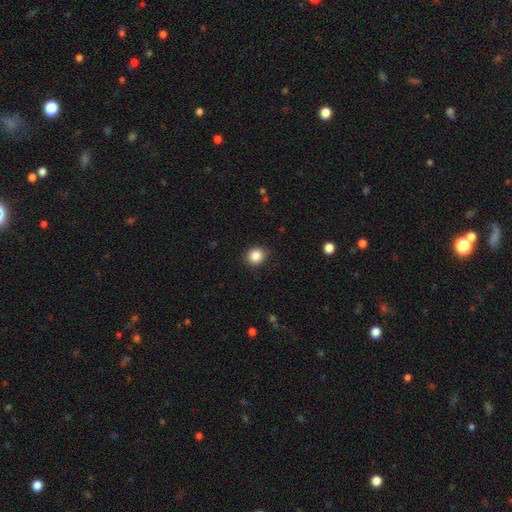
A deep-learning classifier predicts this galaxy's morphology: This is clearly a smooth galaxy (86%). How rounded: clearly round (83%). Merging: clearly none (86%).